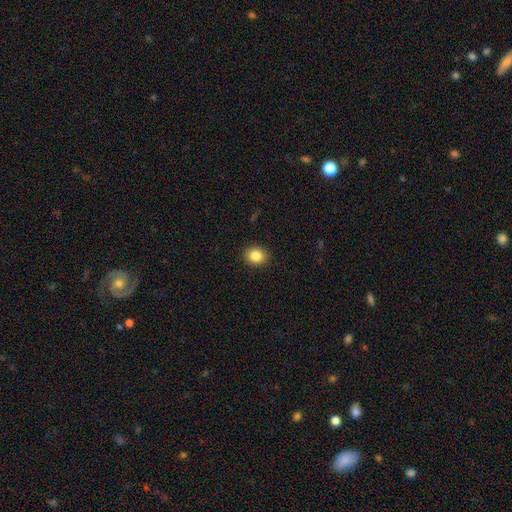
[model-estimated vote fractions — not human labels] This appears to be a smooth galaxy with no disk features (85%) that is round (70%). Merging: none (91%).